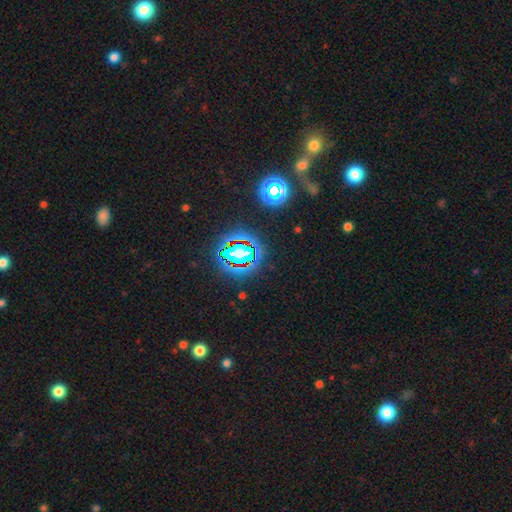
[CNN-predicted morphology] Overall: star or artifact (79%).